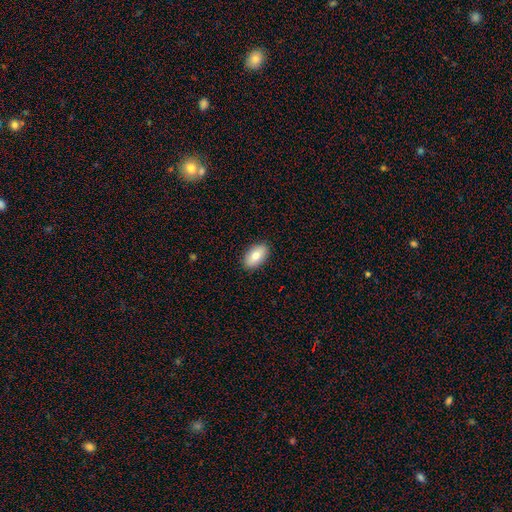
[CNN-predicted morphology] smooth_or_featured: smooth (p=0.81) [alt: featured or disk p=0.13]
how_rounded: in between (p=0.93) [alt: round p=0.04]
merging: none (p=0.89) [alt: minor disturbance p=0.08]